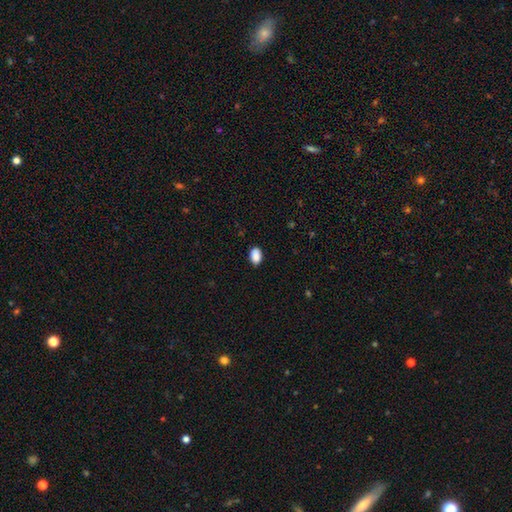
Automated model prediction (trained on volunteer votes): Smooth or featured: smooth — 89% (star or artifact — 8%)
How rounded: in between — 87% (round — 12%)
Merging: none — 86% (minor disturbance — 11%)